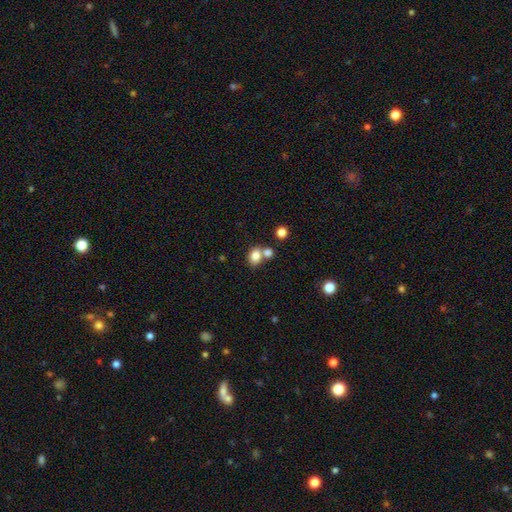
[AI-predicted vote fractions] Morphology: type=smooth (81%); roundness=in between (53%); merging=none (46%).